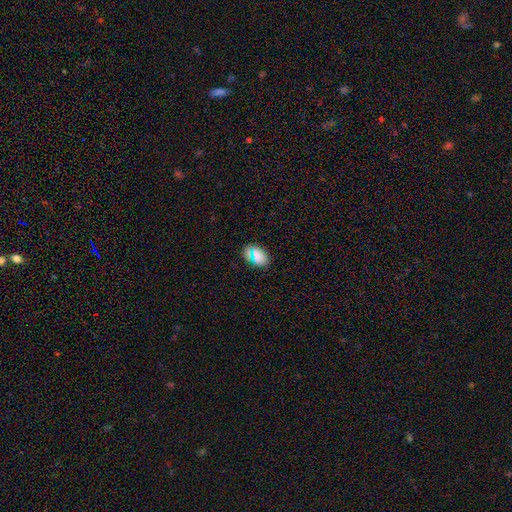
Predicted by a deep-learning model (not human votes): smooth-or-featured: smooth: 77% | star or artifact: 16% | featured or disk: 6%
  how-rounded: in between: 86% | round: 11% | cigar-shaped: 2%
  merging: none: 86% | minor disturbance: 9% | major disturbance: 3% | merger: 2%